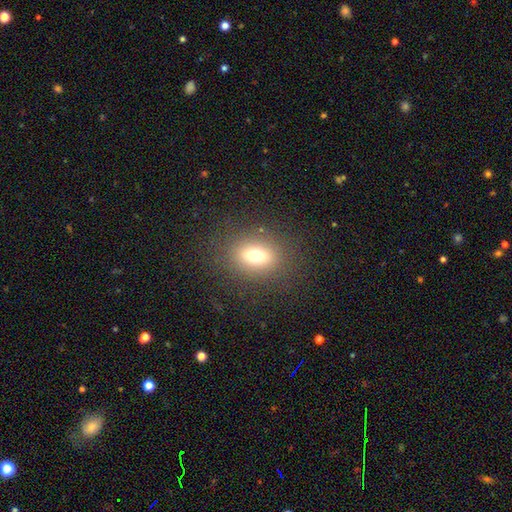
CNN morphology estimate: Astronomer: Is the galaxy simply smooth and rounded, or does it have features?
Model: smooth — 74%.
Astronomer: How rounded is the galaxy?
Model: in between — 67%.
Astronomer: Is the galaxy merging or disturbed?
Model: none — 85%.